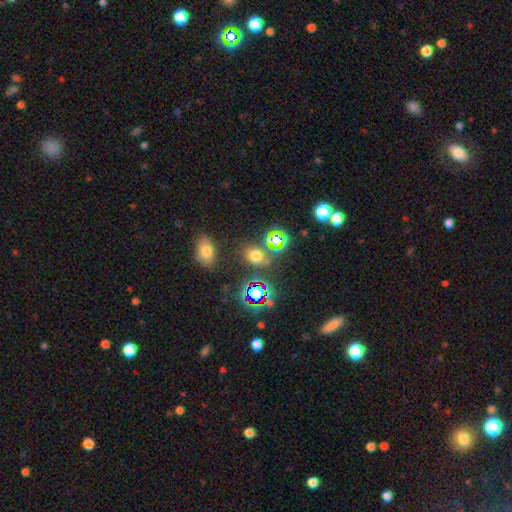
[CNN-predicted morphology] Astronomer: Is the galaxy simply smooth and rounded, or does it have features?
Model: smooth — 53% (runner-up: star or artifact, 38%).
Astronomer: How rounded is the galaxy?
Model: round — 62%.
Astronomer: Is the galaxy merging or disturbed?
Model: none — 73%.